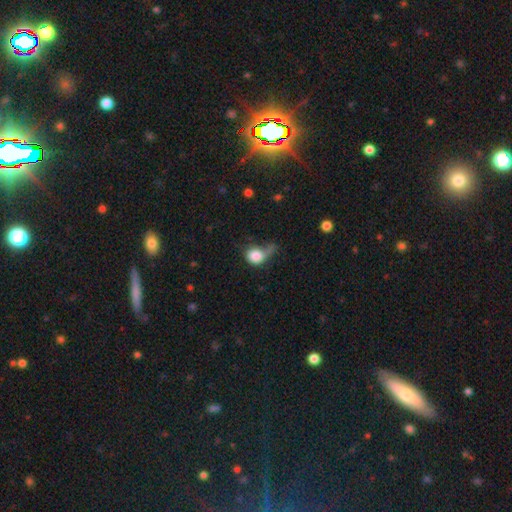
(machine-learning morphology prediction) Q: Smooth or featured?
A: smooth (76%); runner-up: featured or disk (15%)
Q: How rounded?
A: round (60%); runner-up: in between (38%)
Q: Merging?
A: major disturbance (43%); runner-up: minor disturbance (24%)